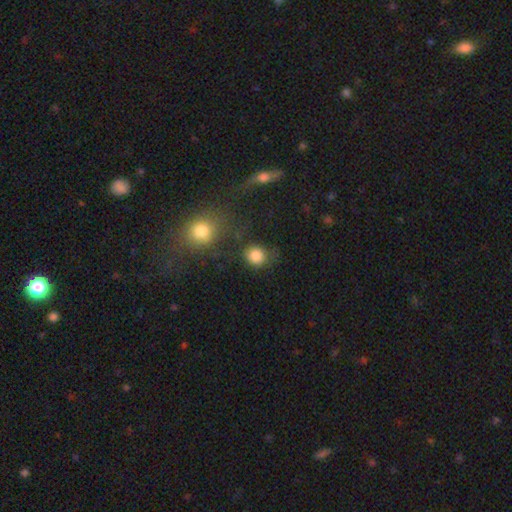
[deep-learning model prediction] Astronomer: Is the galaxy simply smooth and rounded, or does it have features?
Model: smooth — 84%.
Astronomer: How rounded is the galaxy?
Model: round — 81%.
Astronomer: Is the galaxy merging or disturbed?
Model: none — 68%.